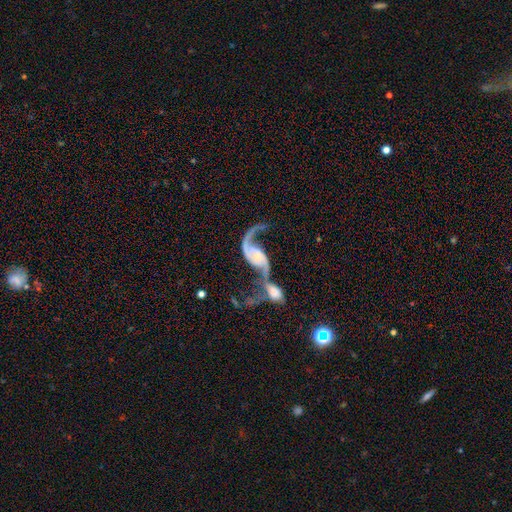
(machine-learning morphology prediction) smooth_or_featured: featured or disk (p=0.87) [alt: smooth p=0.08]
disk_edge_on: no (p=0.96) [alt: yes p=0.04]
bar: no (p=0.59) [alt: weak p=0.29]
has_spiral_arms: yes (p=0.93) [alt: no p=0.07]
spiral_winding: loose (p=0.83) [alt: medium p=0.13]
spiral_arm_count: 2 (p=0.82) [alt: 1 p=0.13]
bulge_size: small (p=0.44) [alt: none p=0.29]
merging: merger (p=0.68) [alt: major disturbance p=0.14]